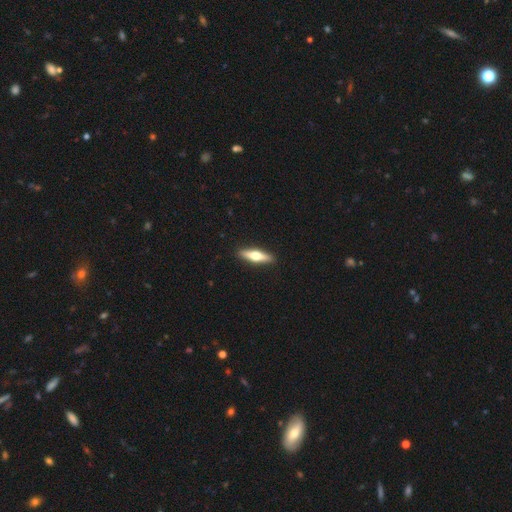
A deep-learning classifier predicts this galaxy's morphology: Smooth or featured?
  - featured or disk: 48% *
  - smooth: 47%
  - star or artifact: 5%
Merging?
  - none: 91% *
  - minor disturbance: 6%
  - major disturbance: 1%
  - merger: 1%